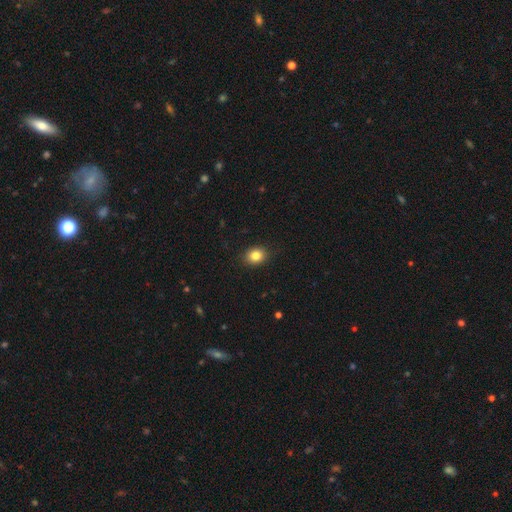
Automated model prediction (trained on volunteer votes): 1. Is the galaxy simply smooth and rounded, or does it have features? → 84% smooth, 10% star or artifact, 6% featured or disk.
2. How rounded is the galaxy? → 52% round, 47% in between, 1% cigar-shaped.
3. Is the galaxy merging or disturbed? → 88% none, 9% minor disturbance, 2% major disturbance, 1% merger.